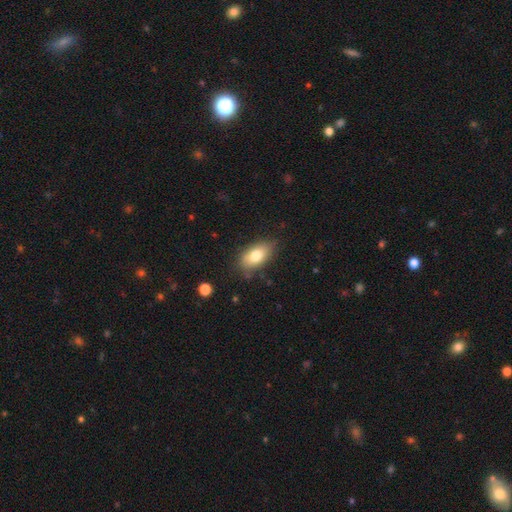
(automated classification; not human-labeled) A smooth galaxy with no disk features (78%) that is in between round and cigar-shaped (90%).

Vote fractions:
- Smooth or featured? smooth: 78% / featured or disk: 15% / star or artifact: 8%
- How rounded? in between: 90% / round: 5% / cigar-shaped: 4%
- Merging? none: 77% / minor disturbance: 18% / major disturbance: 4% / merger: 2%